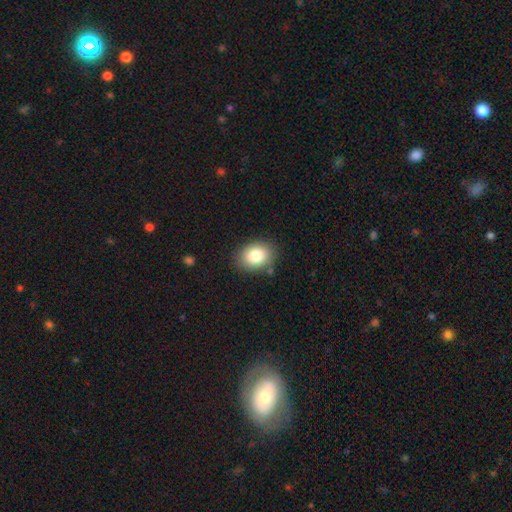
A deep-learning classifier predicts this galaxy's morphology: Smooth or featured?
  - smooth: 82% *
  - star or artifact: 9%
  - featured or disk: 9%
How rounded?
  - in between: 57% *
  - round: 42%
  - cigar-shaped: 1%
Merging?
  - none: 85% *
  - minor disturbance: 10%
  - major disturbance: 3%
  - merger: 2%